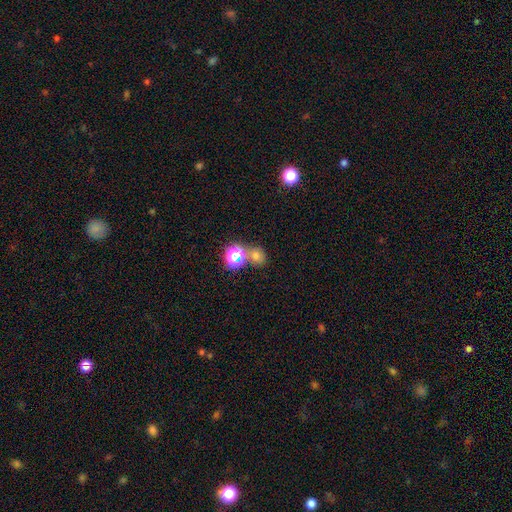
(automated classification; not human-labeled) Overall: smooth (62%; star or artifact 29%). How rounded: round (72%). Merging: none (57%; merger 30%).